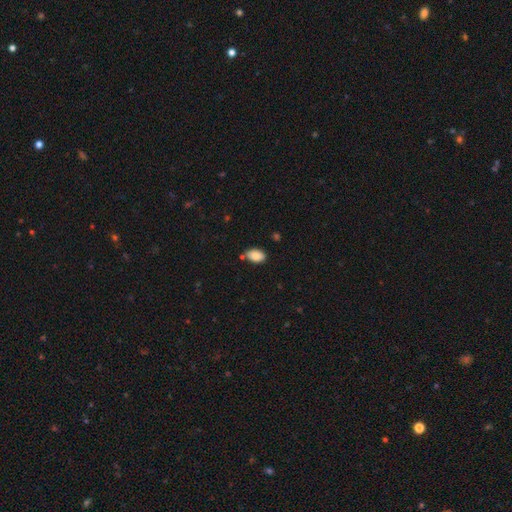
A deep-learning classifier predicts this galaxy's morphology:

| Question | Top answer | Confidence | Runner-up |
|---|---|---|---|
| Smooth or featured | smooth | 88% | star or artifact (7%) |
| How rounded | in between | 92% | round (7%) |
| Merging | none | 75% | minor disturbance (17%) |